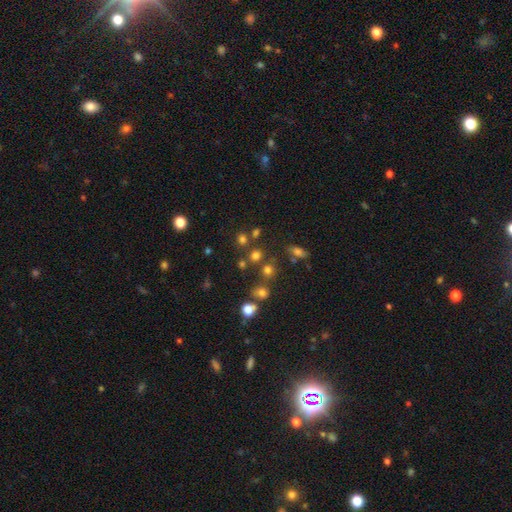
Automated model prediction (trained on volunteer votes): smooth-or-featured: smooth: 68% | star or artifact: 24% | featured or disk: 8%
  how-rounded: round: 86% | in between: 13% | cigar-shaped: 1%
  merging: none: 72% | merger: 16% | minor disturbance: 9% | major disturbance: 4%